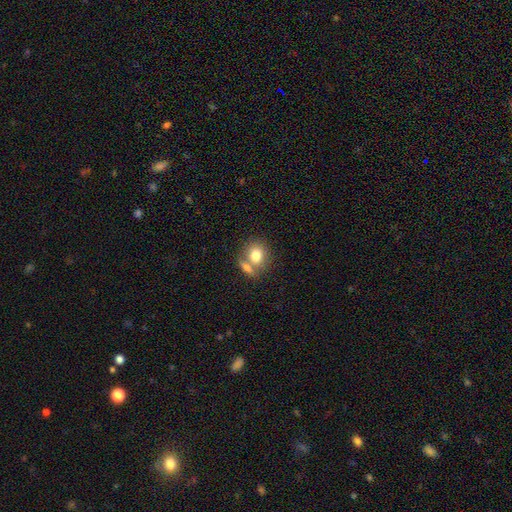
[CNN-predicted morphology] Q: Smooth or featured?
A: smooth (77%); runner-up: featured or disk (15%)
Q: How rounded?
A: round (59%); runner-up: in between (39%)
Q: Merging?
A: merger (44%); runner-up: none (43%)